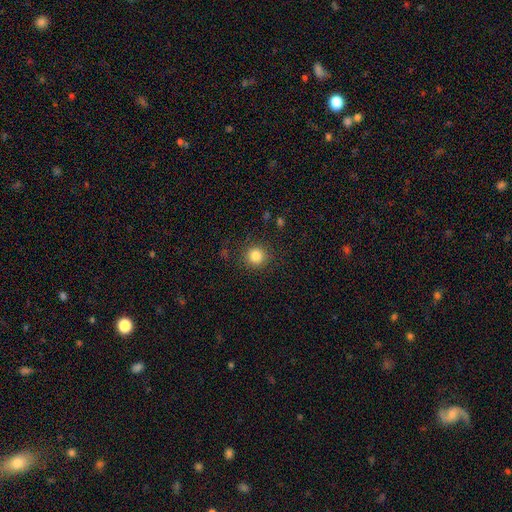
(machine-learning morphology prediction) Smooth or featured?
  - smooth: 84% *
  - star or artifact: 11%
  - featured or disk: 5%
How rounded?
  - round: 92% *
  - in between: 7%
  - cigar-shaped: 1%
Merging?
  - none: 89% *
  - minor disturbance: 7%
  - major disturbance: 3%
  - merger: 1%